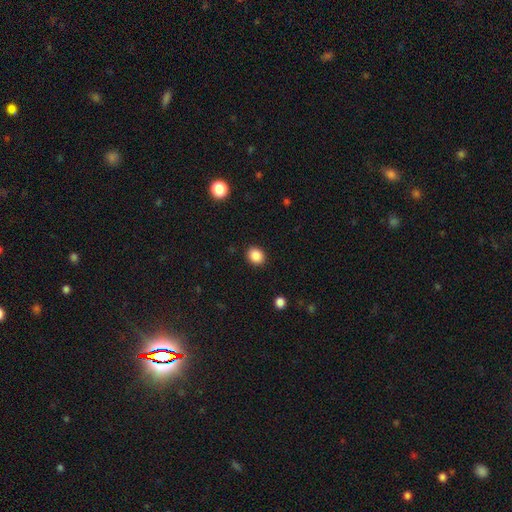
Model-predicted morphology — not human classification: Smooth or featured? smooth (88%)
How rounded? round (58%)
Merging? none (90%)